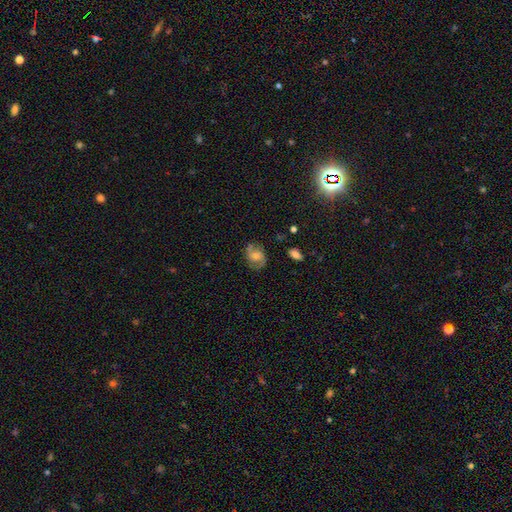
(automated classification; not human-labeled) featured or disk 72%, smooth 17%, star or artifact 11%. Down the decision tree: edge-on disk — no (97%); bar — no (53%); spiral arms — yes (94%); spiral arm count — 2 (89%); spiral winding — medium (52%); bulge size — moderate (48%); merging — none (80%).